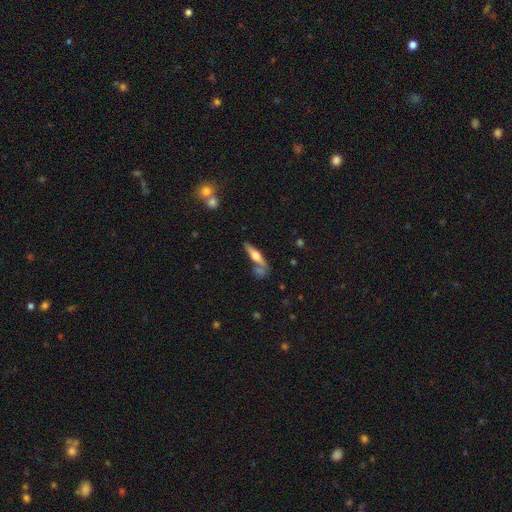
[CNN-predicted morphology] Smooth or featured? Predicted: featured or disk (p=0.51). Edge-on disk? Predicted: yes (p=0.92). Merging? Predicted: none (p=0.62).